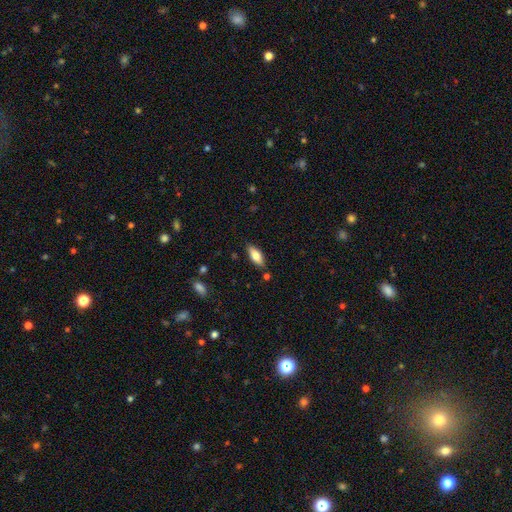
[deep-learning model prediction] A smooth galaxy with no disk features (76%) that is in between round and cigar-shaped (79%).

Vote fractions:
- Smooth or featured? smooth: 76% / featured or disk: 17% / star or artifact: 7%
- How rounded? in between: 79% / cigar-shaped: 19% / round: 2%
- Merging? none: 83% / minor disturbance: 12% / merger: 3% / major disturbance: 2%